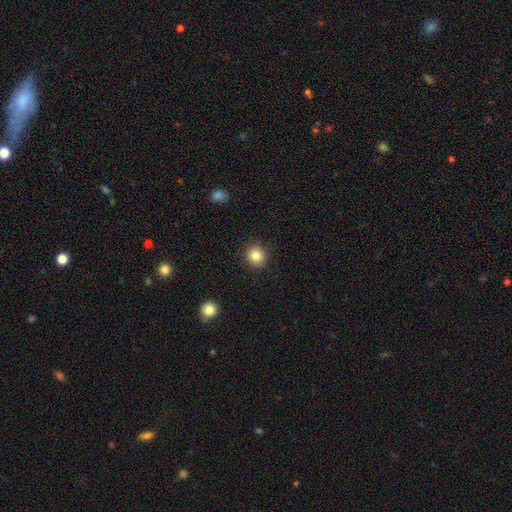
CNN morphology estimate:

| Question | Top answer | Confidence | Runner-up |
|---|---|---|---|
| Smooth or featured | smooth | 84% | star or artifact (10%) |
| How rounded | round | 90% | in between (10%) |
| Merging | none | 91% | minor disturbance (6%) |